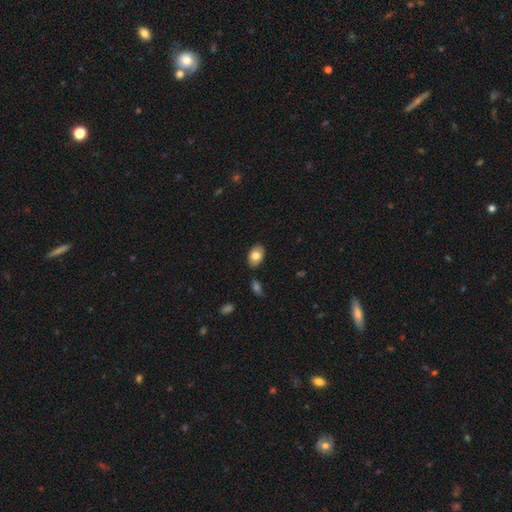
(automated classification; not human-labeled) smooth-or-featured: smooth: 78% | featured or disk: 15% | star or artifact: 7%
  how-rounded: in between: 88% | round: 11% | cigar-shaped: 1%
  merging: none: 84% | minor disturbance: 11% | merger: 3% | major disturbance: 2%